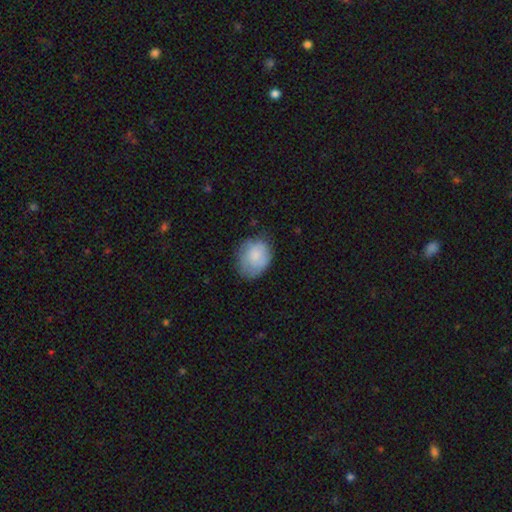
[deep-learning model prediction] This is likely a smooth galaxy (77%). How rounded: possibly in between (51%). Merging: likely none (60%).